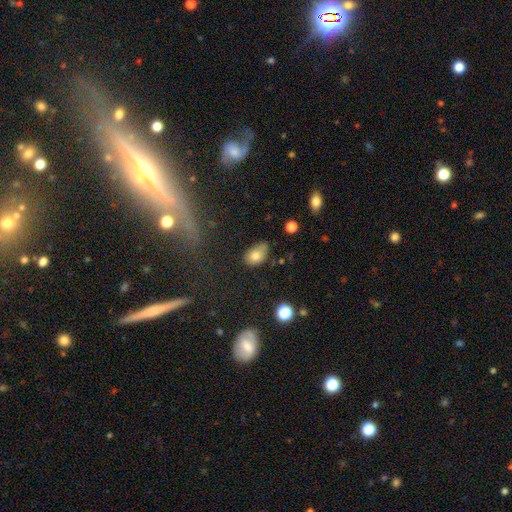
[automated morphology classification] A smooth galaxy with no disk features (78%) that is in between round and cigar-shaped (83%). Merging: none (47%).